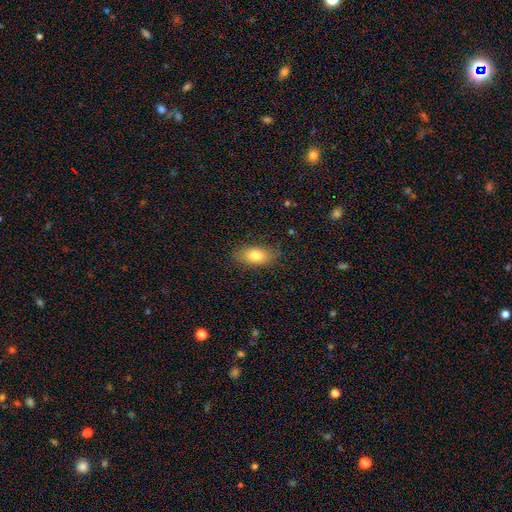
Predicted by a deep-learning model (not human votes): Smooth or featured? smooth (78%)
How rounded? in between (87%)
Merging? none (81%)